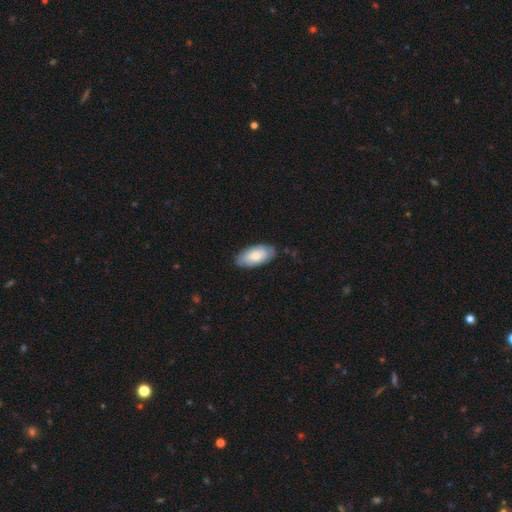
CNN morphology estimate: smooth-or-featured: smooth: 68% | featured or disk: 26% | star or artifact: 6%
  how-rounded: in between: 93% | cigar-shaped: 5% | round: 2%
  merging: none: 78% | minor disturbance: 18% | major disturbance: 3% | merger: 1%